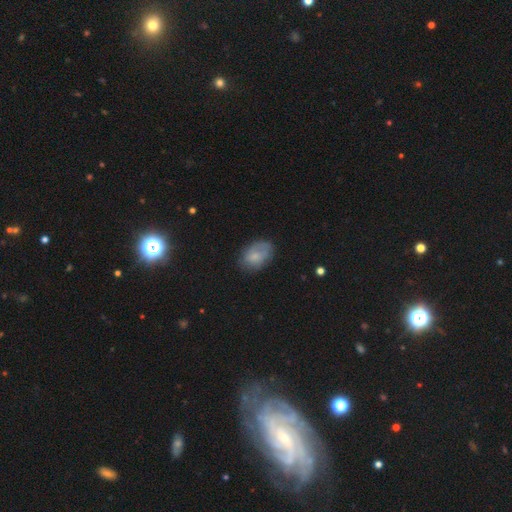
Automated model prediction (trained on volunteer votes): A smooth galaxy with no disk features (75%) that is in between round and cigar-shaped (86%). Merging: none (68%).